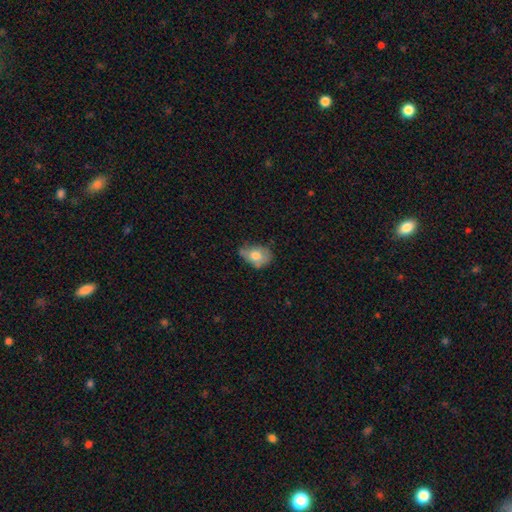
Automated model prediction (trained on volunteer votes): Smooth or featured? smooth (65%)
How rounded? in between (71%)
Merging? none (41%)